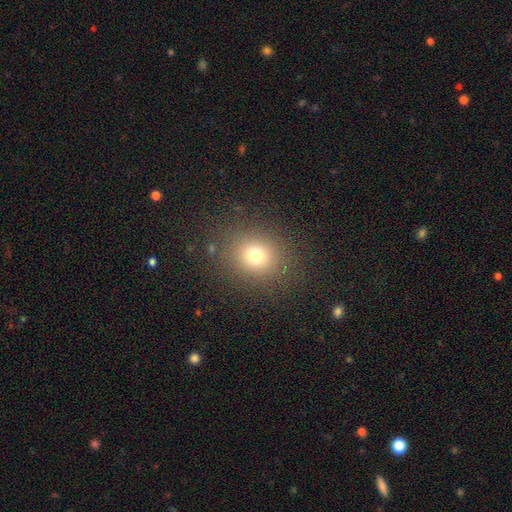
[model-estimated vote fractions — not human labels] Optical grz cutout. It shows a smooth galaxy with no disk features (73%) that is round (80%). Merging: none (85%).